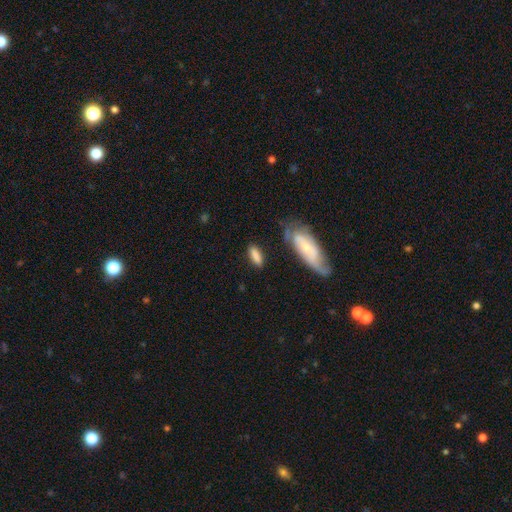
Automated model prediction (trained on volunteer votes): smooth_or_featured: smooth (p=0.82) [alt: featured or disk p=0.12]
how_rounded: in between (p=0.67) [alt: cigar-shaped p=0.30]
merging: none (p=0.71) [alt: minor disturbance p=0.17]